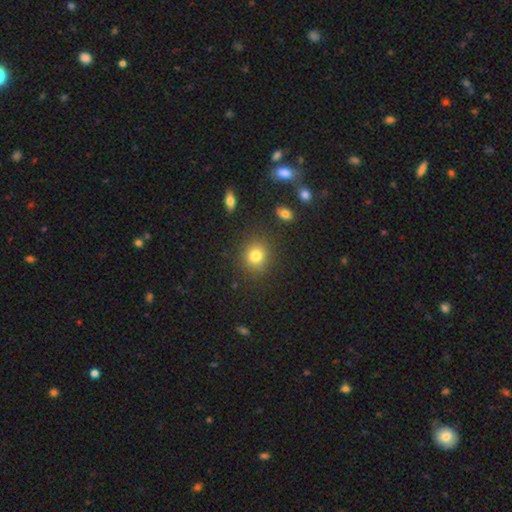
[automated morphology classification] This appears to be a smooth galaxy with no disk features (80%) that is round (82%). Merging: none (86%).